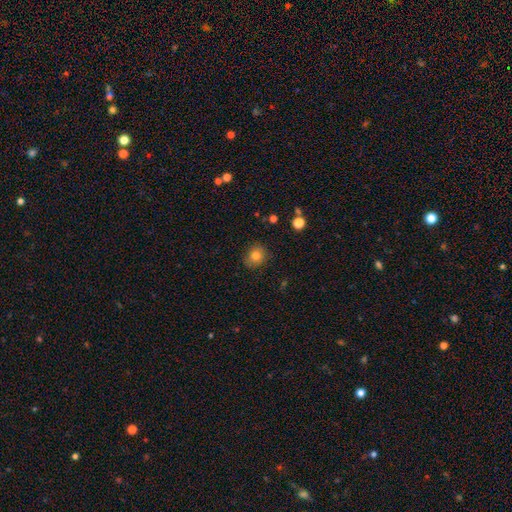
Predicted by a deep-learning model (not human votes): This appears to be a smooth galaxy with no disk features (79%) that is round (65%). Merging: none (83%).